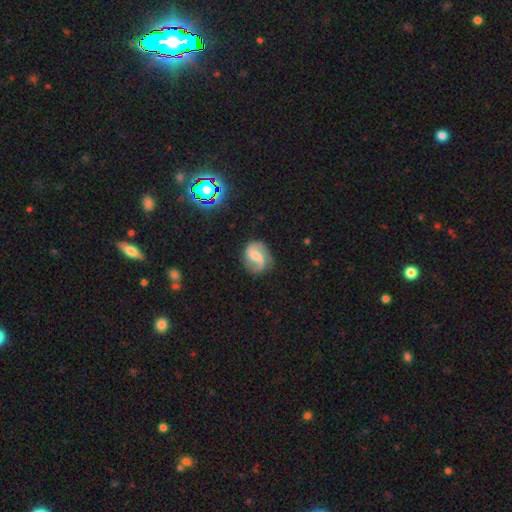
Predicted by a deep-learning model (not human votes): The model was most divided on "spiral winding": medium: 44%, loose: 40%, tight: 16%. Remaining: edge-on disk — no (98%); spiral arms — yes (95%); spiral arm count — 2 (85%); smooth or featured — featured or disk (78%); merging — none (73%); bar — weak (49%); bulge size — moderate (42%).